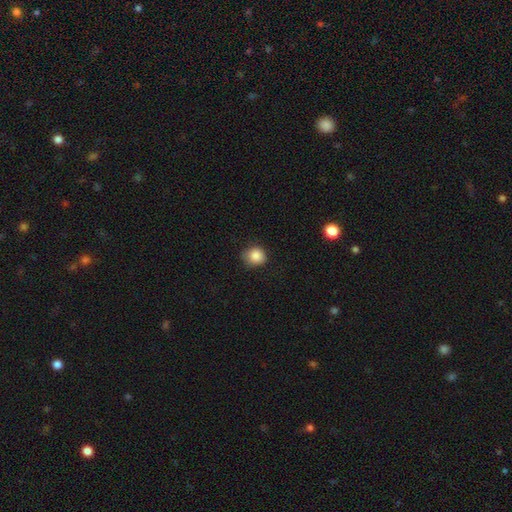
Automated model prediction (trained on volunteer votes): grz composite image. It shows a smooth galaxy with no disk features (86%) that is round (77%). Merging: none (72%).